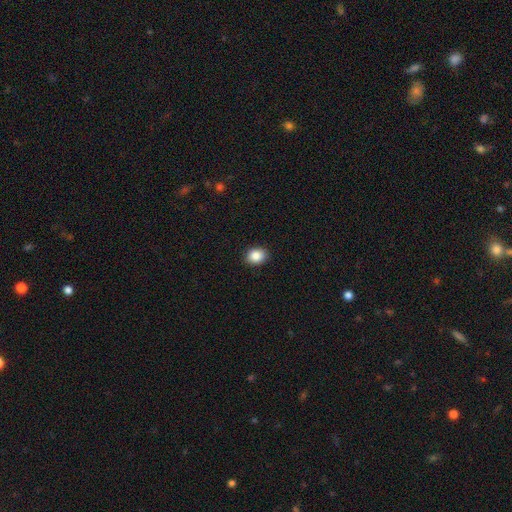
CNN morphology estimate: A smooth galaxy with no disk features (87%) that is in between round and cigar-shaped (56%). Merging: none (91%).